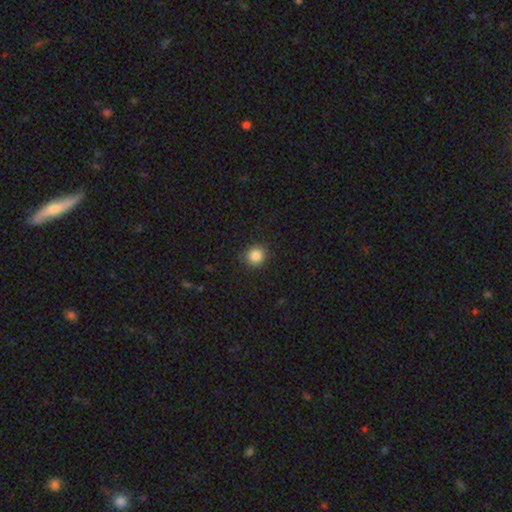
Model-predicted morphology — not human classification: A smooth galaxy with no disk features (86%) that is round (90%). Merging: none (89%).